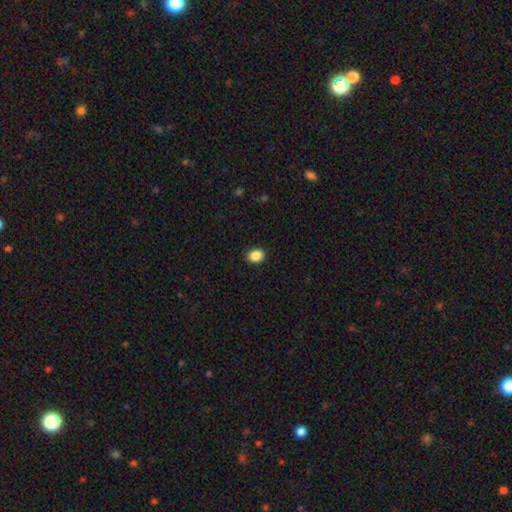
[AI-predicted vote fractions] This appears to be a smooth galaxy with no disk features (88%) that is in between round and cigar-shaped (53%). Merging: none (90%).